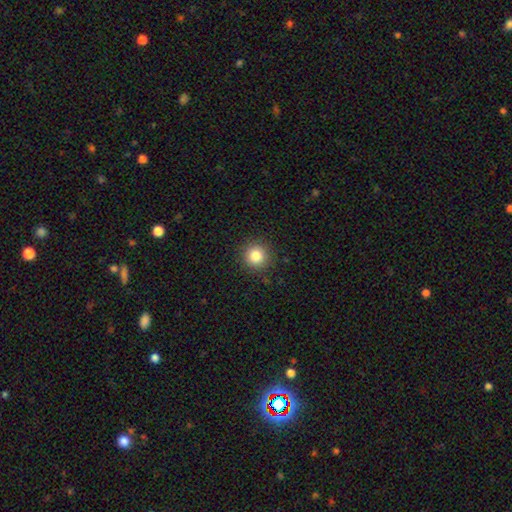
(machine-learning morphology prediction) smooth-or-featured: smooth: 84% | star or artifact: 11% | featured or disk: 5%
  how-rounded: round: 94% | in between: 5% | cigar-shaped: 1%
  merging: none: 91% | minor disturbance: 6% | major disturbance: 2% | merger: 1%